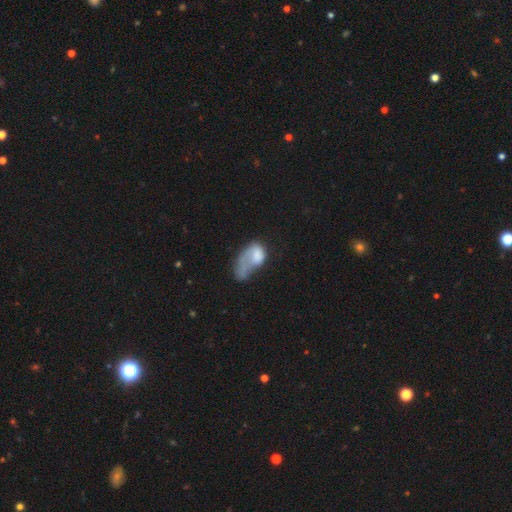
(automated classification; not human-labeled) Smooth or featured: smooth — 60% (featured or disk — 31%)
How rounded: in between — 87% (round — 11%)
Merging: major disturbance — 53% (merger — 20%)